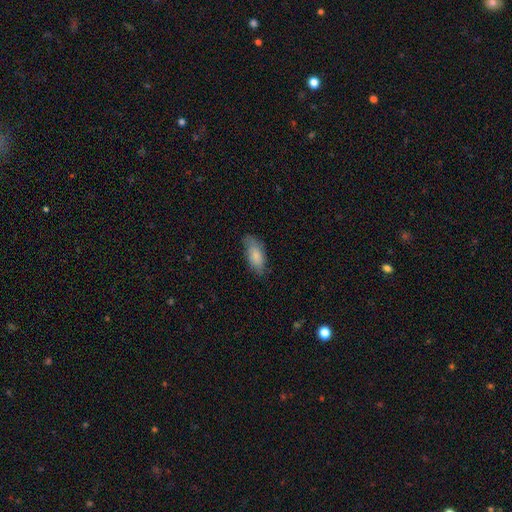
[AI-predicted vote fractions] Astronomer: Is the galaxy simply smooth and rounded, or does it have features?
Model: smooth — 81%.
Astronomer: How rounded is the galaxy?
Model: in between — 83%.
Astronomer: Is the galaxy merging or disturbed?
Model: none — 68%.